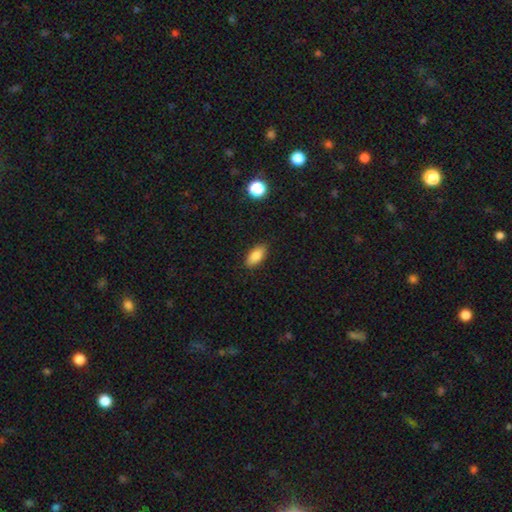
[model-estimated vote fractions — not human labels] Morphology: type=smooth (86%); roundness=in between (86%); merging=none (87%).